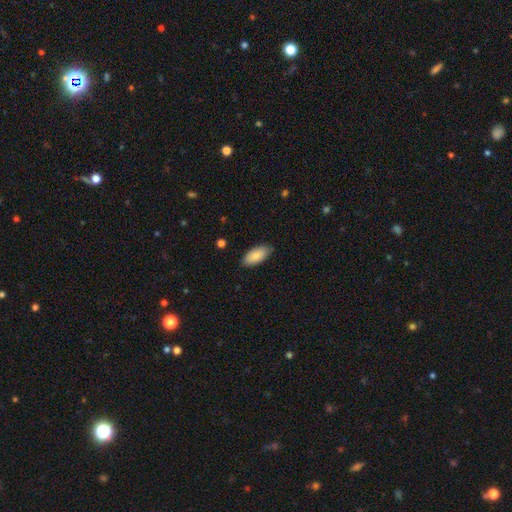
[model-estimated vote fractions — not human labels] The model was most divided on "merging": none: 84%, minor disturbance: 13%, major disturbance: 2%, merger: 1%. More confident: how rounded — in between (90%); smooth or featured — smooth (86%).